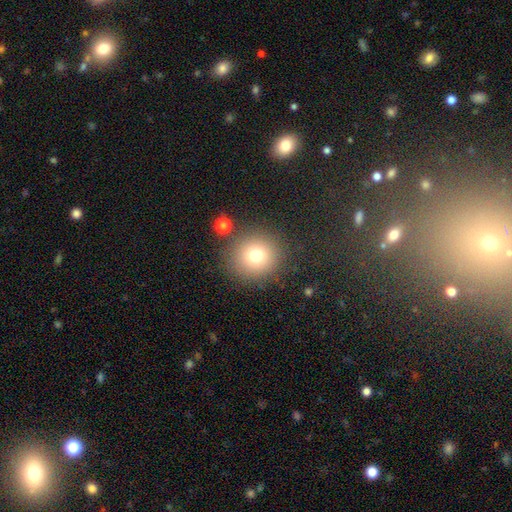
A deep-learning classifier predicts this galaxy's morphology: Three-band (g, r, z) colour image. It shows a smooth galaxy with no disk features (78%) that is round (91%). Merging: none (86%).